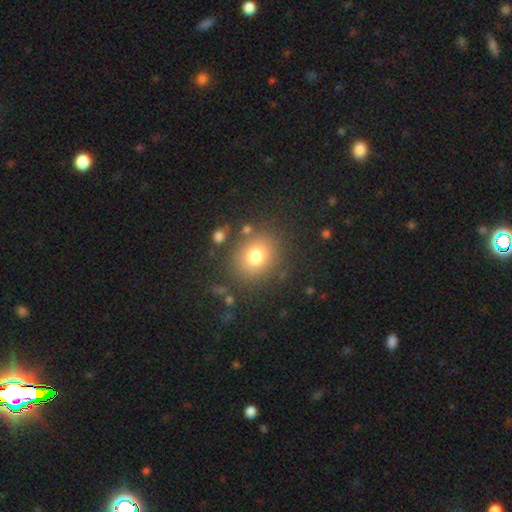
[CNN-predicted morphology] Smooth or featured?
  - smooth: 77% *
  - star or artifact: 13%
  - featured or disk: 10%
How rounded?
  - round: 71% *
  - in between: 28%
  - cigar-shaped: 1%
Merging?
  - none: 81% *
  - minor disturbance: 10%
  - major disturbance: 5%
  - merger: 4%